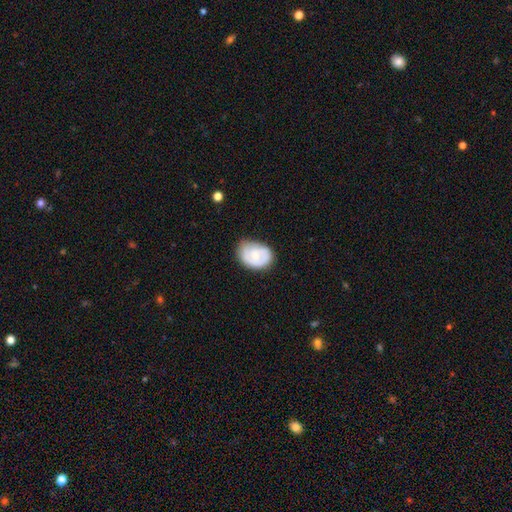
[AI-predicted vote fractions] A featured or disk galaxy (51%) with no bar (64%), spiral arms (75%) and a small central bulge (52%). Merging: none (57%).